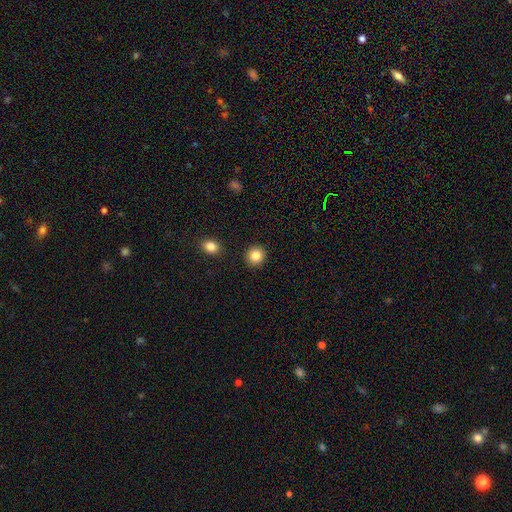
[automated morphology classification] A smooth galaxy with no disk features (85%) that is round (90%).

Vote fractions:
- Smooth or featured? smooth: 85% / star or artifact: 10% / featured or disk: 5%
- How rounded? round: 90% / in between: 9% / cigar-shaped: 1%
- Merging? none: 91% / minor disturbance: 5% / merger: 2% / major disturbance: 2%